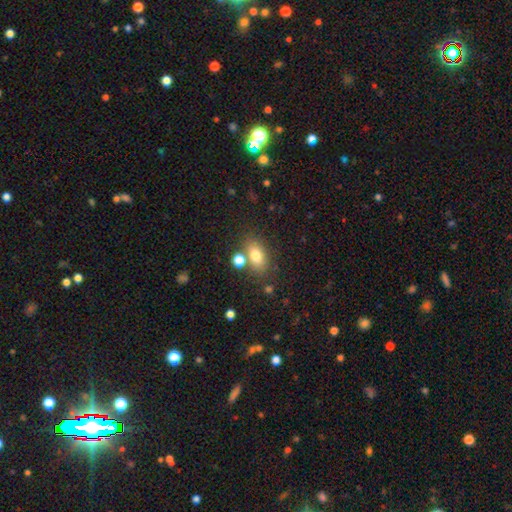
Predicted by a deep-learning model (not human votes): A smooth galaxy with no disk features (77%) that is in between round and cigar-shaped (81%). Merging: none (69%).